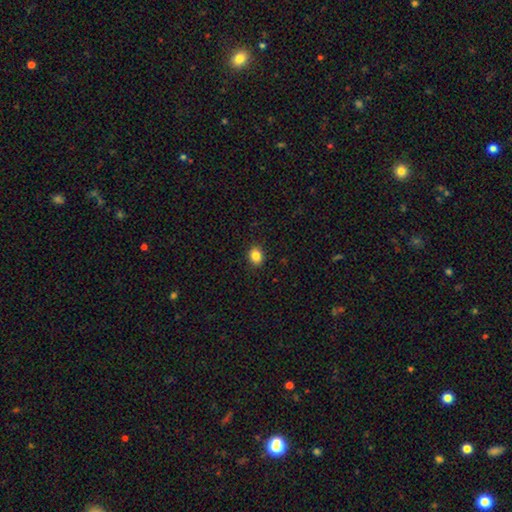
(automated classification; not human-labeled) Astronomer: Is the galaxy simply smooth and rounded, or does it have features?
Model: smooth — 85%.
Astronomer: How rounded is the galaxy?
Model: round — 55% (runner-up: in between, 44%).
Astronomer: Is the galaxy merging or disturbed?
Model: none — 90%.